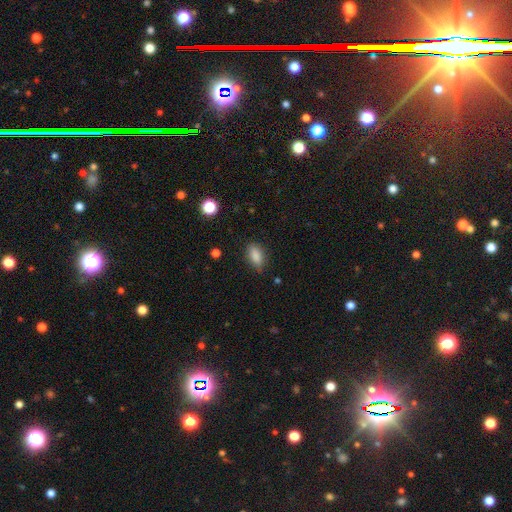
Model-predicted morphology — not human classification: The model was most divided on "merging": none: 76%, minor disturbance: 19%, major disturbance: 4%, merger: 1%. More confident: smooth or featured — smooth (85%); how rounded — in between (84%).